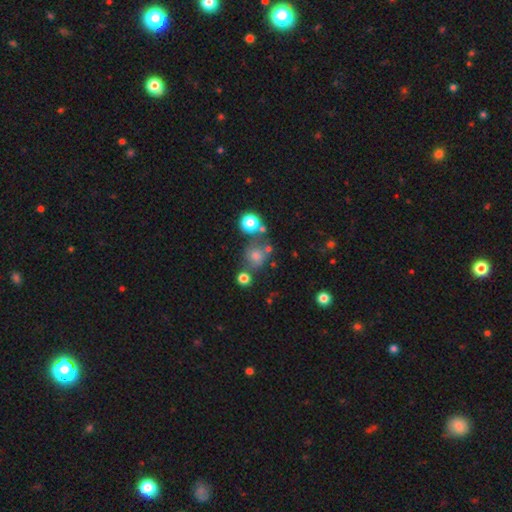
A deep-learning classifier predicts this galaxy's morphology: Smooth or featured?
  - smooth: 66% *
  - star or artifact: 21%
  - featured or disk: 13%
How rounded?
  - round: 76% *
  - in between: 23%
  - cigar-shaped: 1%
Merging?
  - none: 59% *
  - merger: 18%
  - minor disturbance: 15%
  - major disturbance: 8%